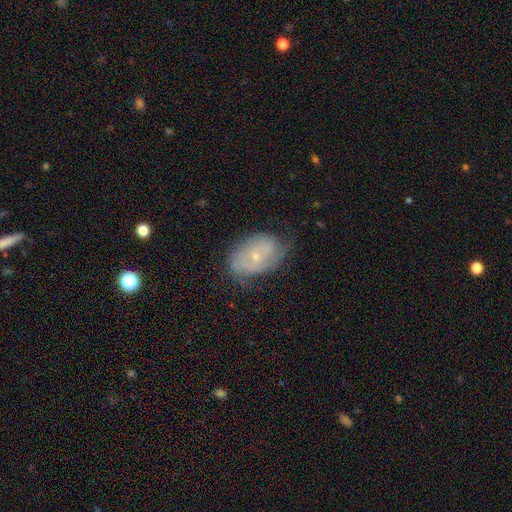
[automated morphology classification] smooth-or-featured: featured or disk: 59% | smooth: 32% | star or artifact: 9%
  disk-edge-on: no: 95% | yes: 5%
    bar: no: 72% | weak: 24% | strong: 4%
    has-spiral-arms: yes: 76% | no: 24%
    bulge-size: small: 72% | moderate: 23% | none: 3% | large: 1% | dominant: 1%
  merging: none: 58% | minor disturbance: 29% | major disturbance: 11% | merger: 1%